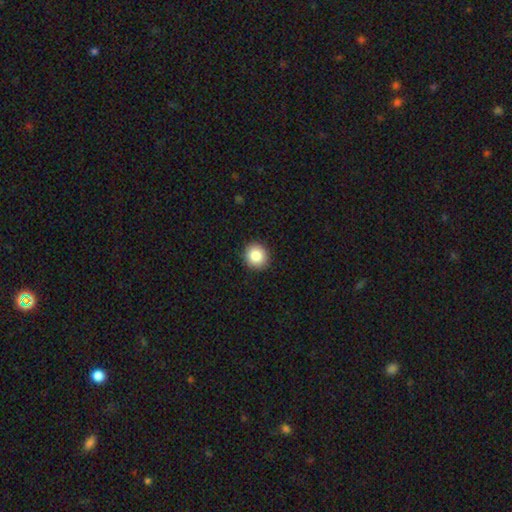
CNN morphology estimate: The model was most divided on "smooth or featured": smooth: 86%, star or artifact: 9%, featured or disk: 5%. More confident: merging — none (92%); how rounded — round (90%).